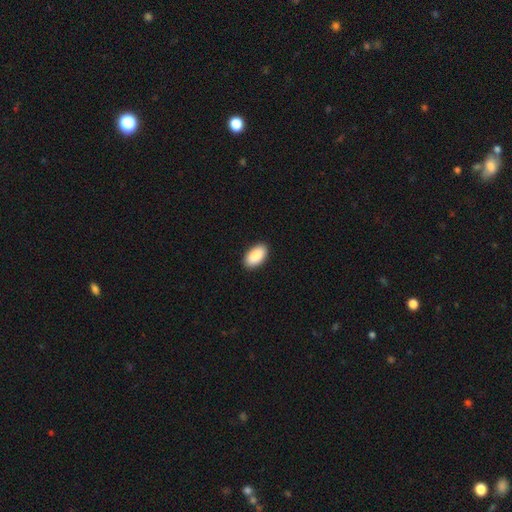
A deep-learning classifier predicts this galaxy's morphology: Overall: smooth (90%). How rounded: in between (96%). Merging: none (91%).